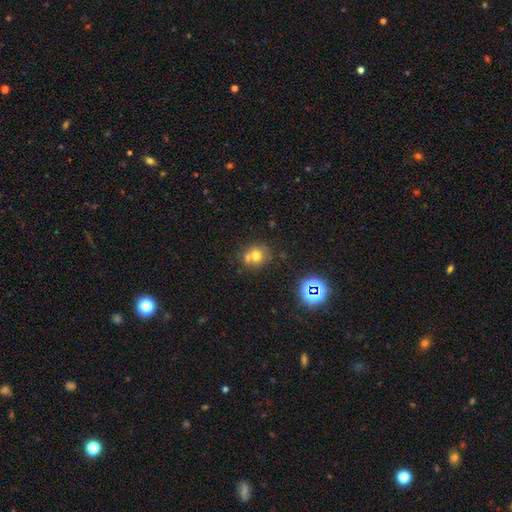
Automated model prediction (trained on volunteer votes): A smooth galaxy with no disk features (68%) that is round (78%).

Vote fractions:
- Smooth or featured? smooth: 68% / star or artifact: 16% / featured or disk: 16%
- How rounded? round: 78% / in between: 21% / cigar-shaped: 1%
- Merging? none: 50% / merger: 34% / minor disturbance: 12% / major disturbance: 4%